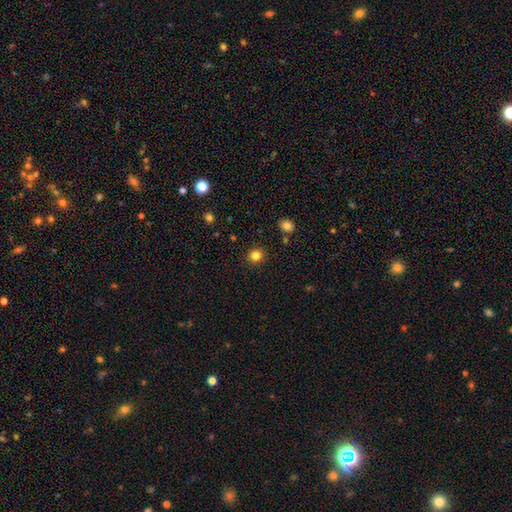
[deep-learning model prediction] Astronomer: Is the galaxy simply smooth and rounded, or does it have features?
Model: smooth — 82%.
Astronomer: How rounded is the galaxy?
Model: round — 84%.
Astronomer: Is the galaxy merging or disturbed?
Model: none — 89%.